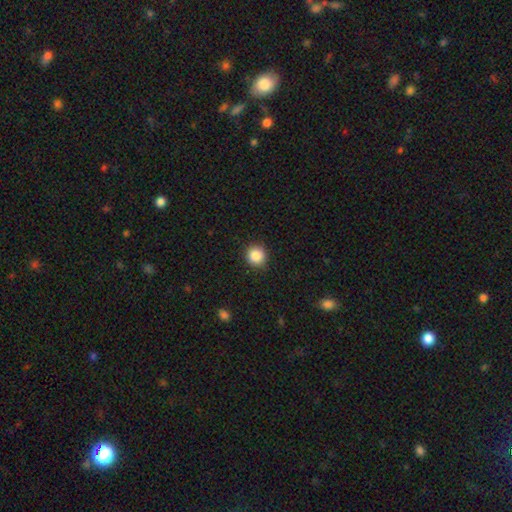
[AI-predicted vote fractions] A smooth galaxy with no disk features (88%) that is round (92%). Merging: none (90%).